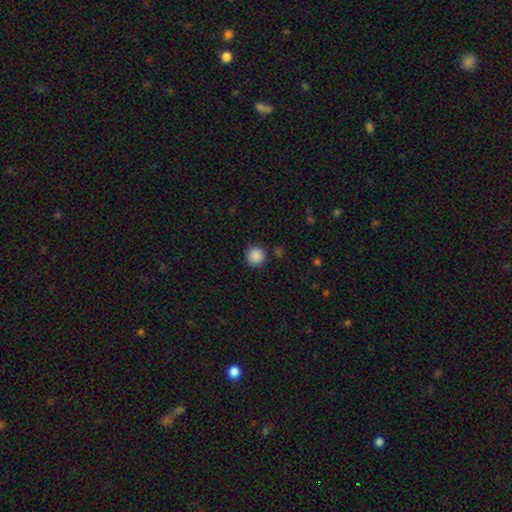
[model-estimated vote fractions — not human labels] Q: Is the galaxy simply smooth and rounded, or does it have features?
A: smooth — 88%.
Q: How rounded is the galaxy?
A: round — 95%.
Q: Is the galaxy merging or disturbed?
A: none — 88%.